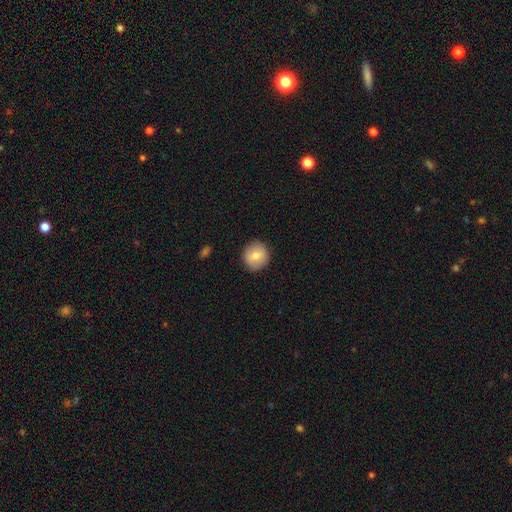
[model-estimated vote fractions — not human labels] smooth 75%, featured or disk 18%, star or artifact 8%. Down the decision tree: how rounded — round (91%); merging — none (90%).